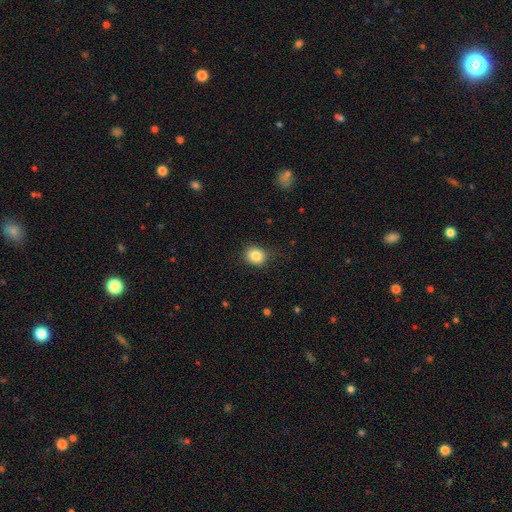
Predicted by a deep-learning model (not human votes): smooth 85%, star or artifact 10%, featured or disk 6%. Down the decision tree: how rounded — round (69%); merging — none (80%).